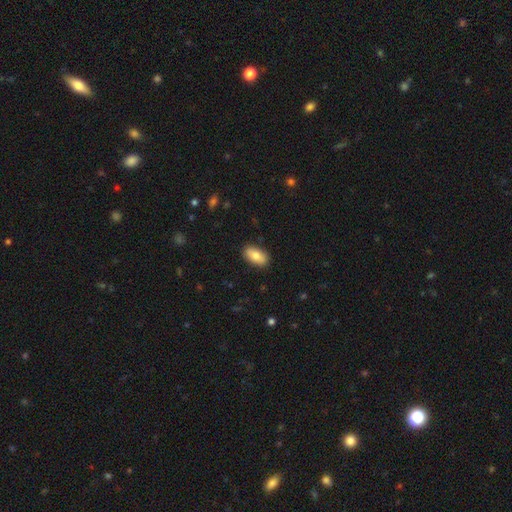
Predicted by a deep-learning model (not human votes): The model was most divided on "smooth or featured": smooth: 81%, featured or disk: 12%, star or artifact: 6%. More confident: how rounded — in between (92%); merging — none (89%).